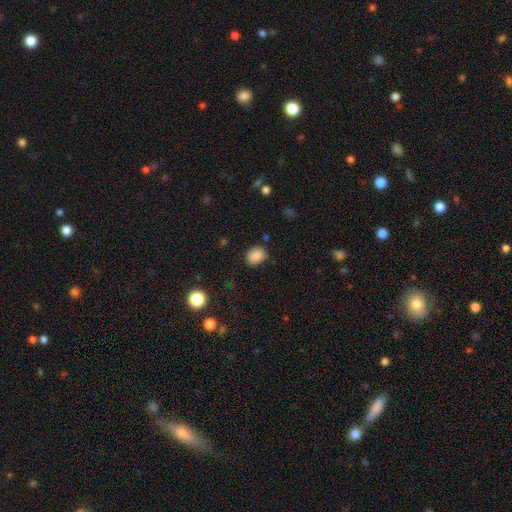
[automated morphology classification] Smooth or featured: smooth — 86% (star or artifact — 10%)
How rounded: in between — 51% (round — 48%)
Merging: none — 79% (minor disturbance — 16%)